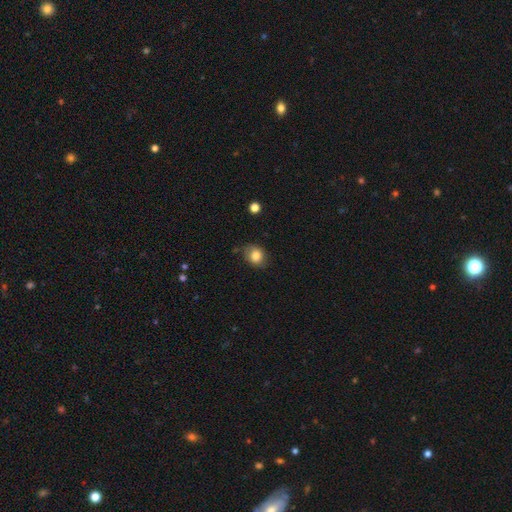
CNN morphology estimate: Smooth or featured: smooth — 83% (star or artifact — 9%)
How rounded: round — 61% (in between — 38%)
Merging: none — 73% (minor disturbance — 20%)